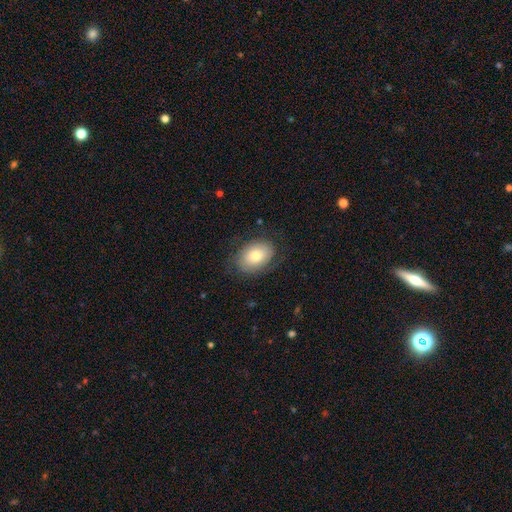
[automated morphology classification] Q: Smooth or featured?
A: smooth (70%); runner-up: featured or disk (23%)
Q: How rounded?
A: in between (79%); runner-up: round (20%)
Q: Merging?
A: none (73%); runner-up: minor disturbance (18%)